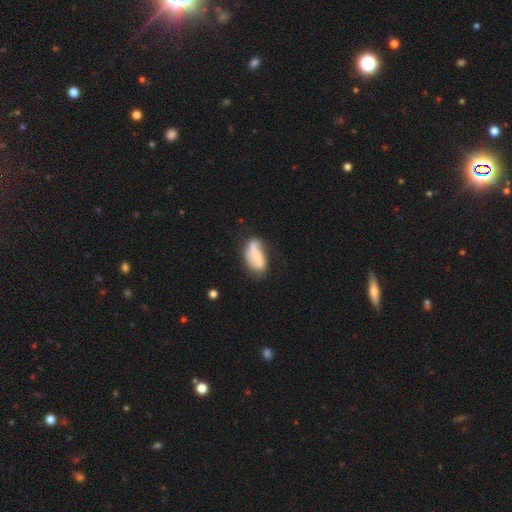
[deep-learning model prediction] A featured or disk galaxy (55%) with no bar (58%), spiral arms (66%) and a small central bulge (45%). Merging: none (48%).